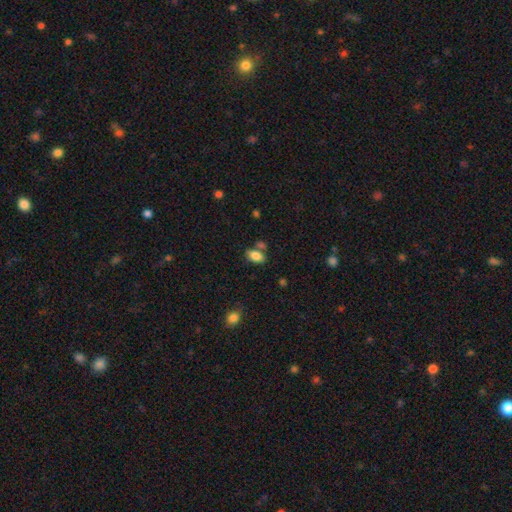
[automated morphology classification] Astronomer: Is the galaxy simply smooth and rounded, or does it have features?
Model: smooth — 84%.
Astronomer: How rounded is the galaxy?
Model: in between — 89%.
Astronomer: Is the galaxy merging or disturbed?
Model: none — 63%.